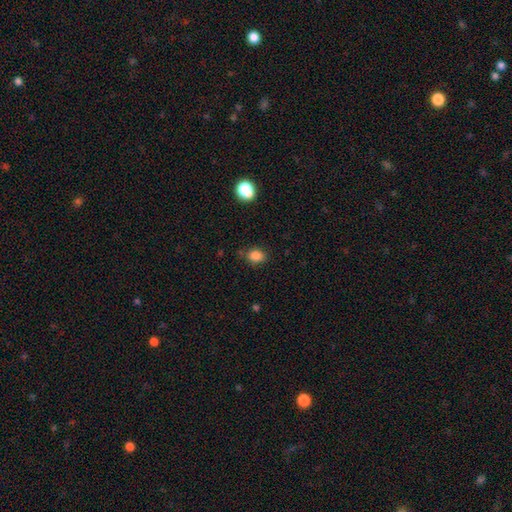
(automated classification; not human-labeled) A smooth galaxy with no disk features (85%) that is in between round and cigar-shaped (56%).

Vote fractions:
- Smooth or featured? smooth: 85% / star or artifact: 11% / featured or disk: 4%
- How rounded? in between: 56% / round: 43% / cigar-shaped: 1%
- Merging? none: 77% / minor disturbance: 17% / major disturbance: 4% / merger: 3%